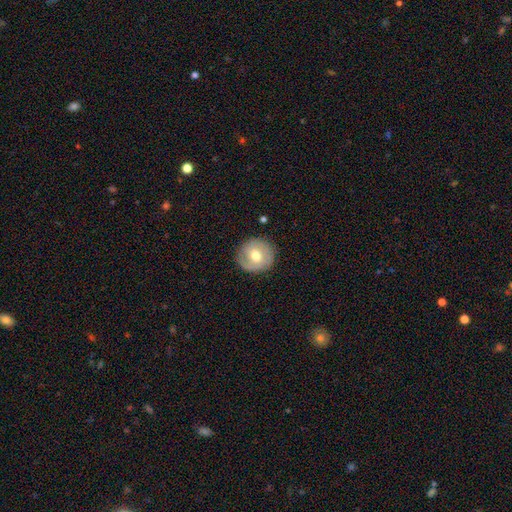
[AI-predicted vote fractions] This appears to be a smooth galaxy with no disk features (55%) that is round (89%). Merging: none (84%).